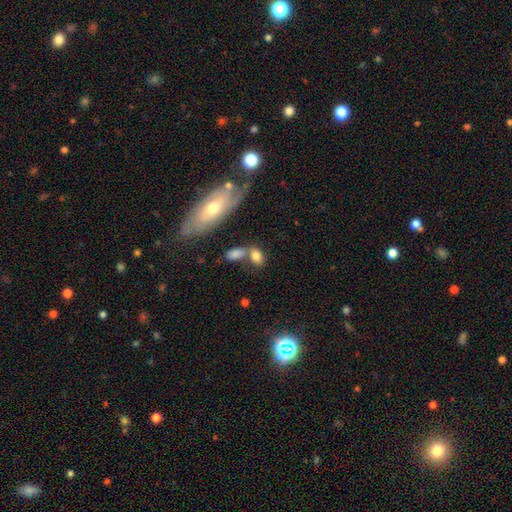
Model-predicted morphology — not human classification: Smooth or featured: smooth — 77% (featured or disk — 14%)
How rounded: in between — 84% (round — 12%)
Merging: none — 45% (merger — 35%)